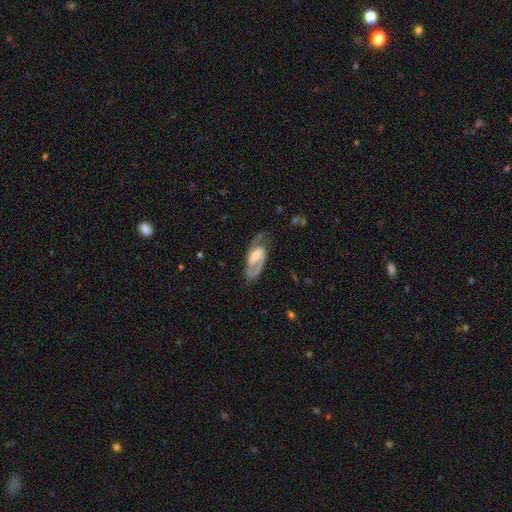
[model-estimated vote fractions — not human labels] Q: Smooth or featured?
A: featured or disk (88%); runner-up: smooth (8%)
Q: Edge-on disk?
A: no (96%); runner-up: yes (4%)
Q: Bar?
A: weak (48%); runner-up: no (29%)
Q: Spiral arms?
A: yes (96%); runner-up: no (4%)
Q: Spiral winding?
A: medium (53%); runner-up: tight (32%)
Q: Spiral arm count?
A: 2 (84%); runner-up: 1 (10%)
Q: Bulge size?
A: moderate (53%); runner-up: small (35%)
Q: Merging?
A: none (75%); runner-up: minor disturbance (16%)